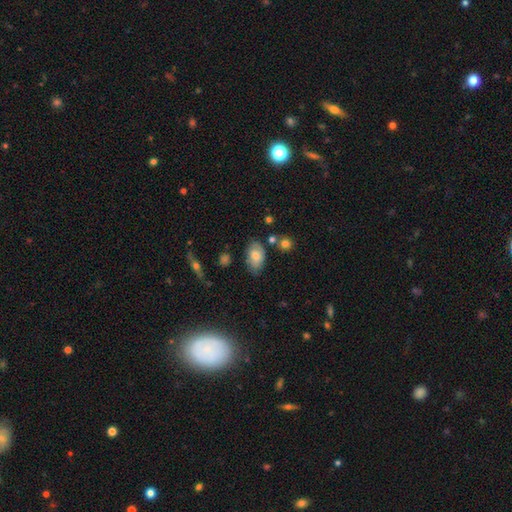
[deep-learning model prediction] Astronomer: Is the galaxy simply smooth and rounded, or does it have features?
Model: smooth — 70%.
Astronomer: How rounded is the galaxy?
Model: in between — 92%.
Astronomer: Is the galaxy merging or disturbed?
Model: none — 69%.